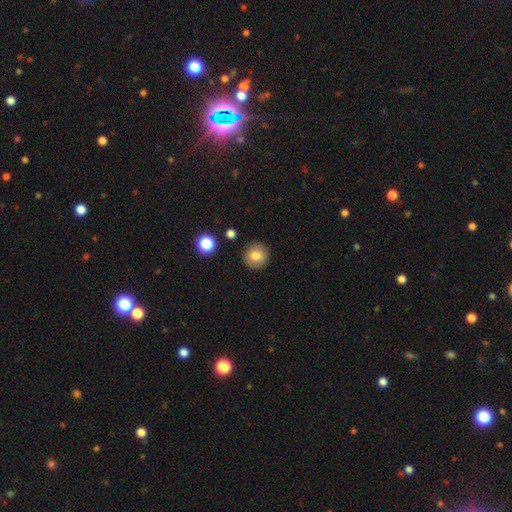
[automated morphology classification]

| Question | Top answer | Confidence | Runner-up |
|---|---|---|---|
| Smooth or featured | smooth | 80% | featured or disk (10%) |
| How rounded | round | 93% | in between (6%) |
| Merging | none | 89% | minor disturbance (7%) |